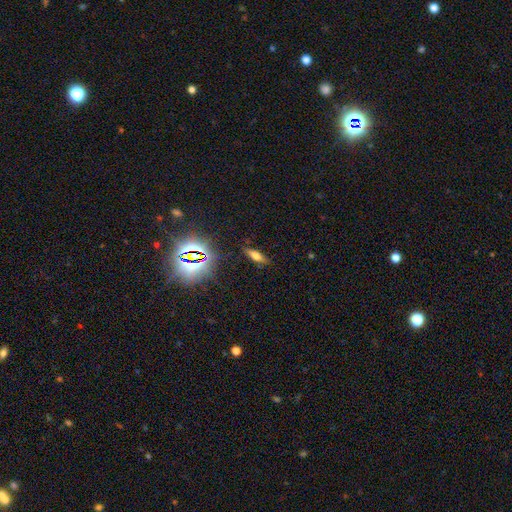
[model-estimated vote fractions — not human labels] A smooth galaxy with no disk features (57%) that is in between round and cigar-shaped (55%). Merging: none (85%).